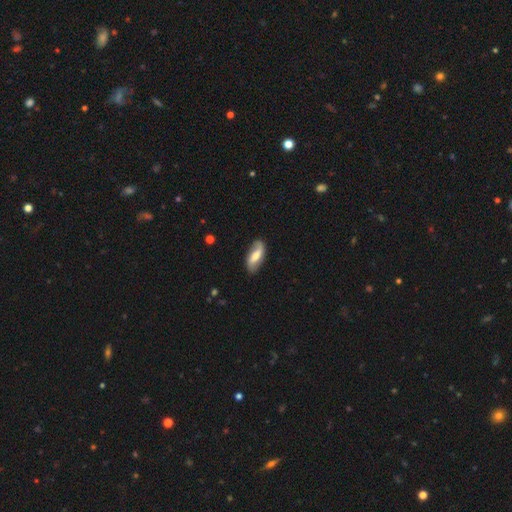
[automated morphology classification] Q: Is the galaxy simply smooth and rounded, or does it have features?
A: featured or disk — 58%.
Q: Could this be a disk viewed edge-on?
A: no — 90%.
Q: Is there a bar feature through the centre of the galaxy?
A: weak — 44%.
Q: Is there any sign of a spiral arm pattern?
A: yes — 84%.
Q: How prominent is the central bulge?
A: moderate — 53%.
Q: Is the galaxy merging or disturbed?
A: none — 79%.